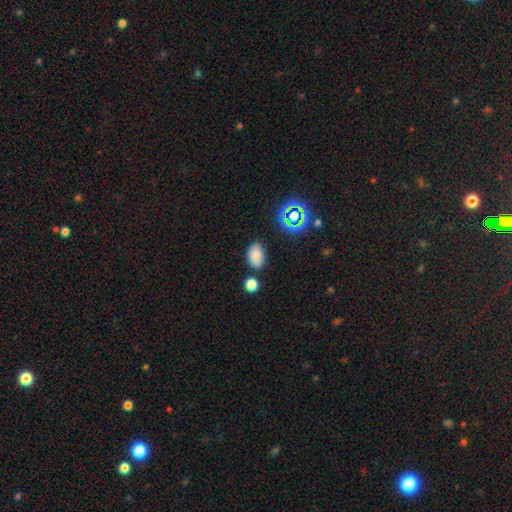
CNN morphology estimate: A smooth galaxy with no disk features (79%) that is in between round and cigar-shaped (90%).

Vote fractions:
- Smooth or featured? smooth: 79% / star or artifact: 14% / featured or disk: 7%
- How rounded? in between: 90% / round: 9% / cigar-shaped: 1%
- Merging? none: 79% / minor disturbance: 13% / merger: 5% / major disturbance: 3%